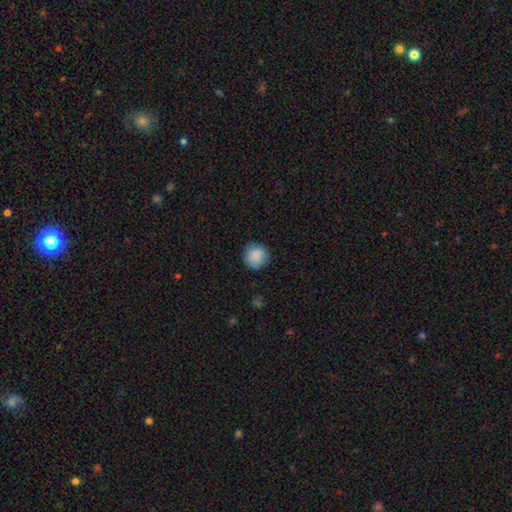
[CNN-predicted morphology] Overall: smooth (87%). How rounded: round (92%). Merging: none (83%).